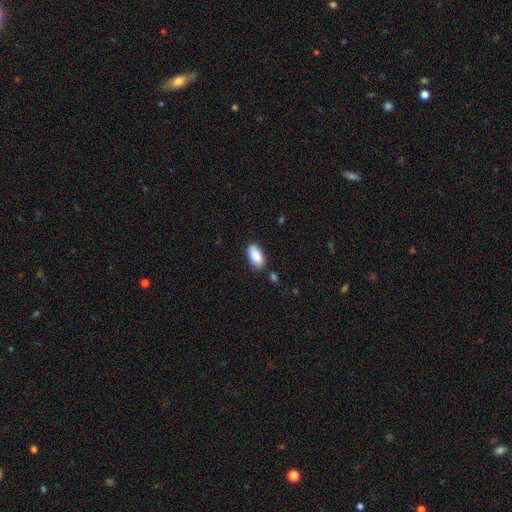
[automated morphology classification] Smooth or featured: smooth — 89% (star or artifact — 7%)
How rounded: in between — 93% (cigar-shaped — 5%)
Merging: none — 79% (minor disturbance — 14%)